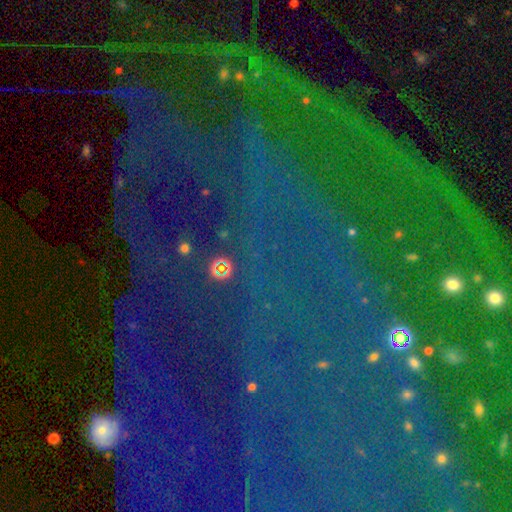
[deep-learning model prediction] star or artifact 83%, featured or disk 10%, smooth 8%.